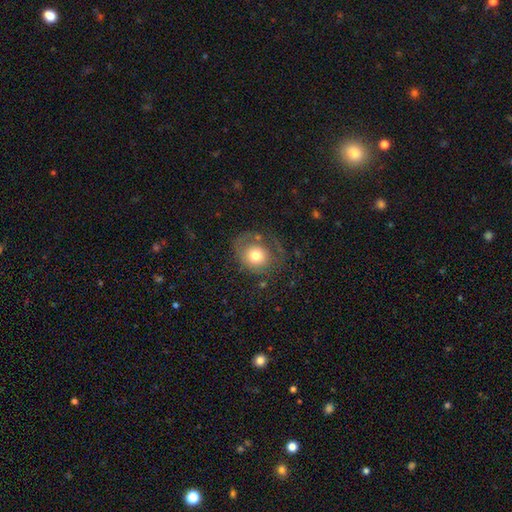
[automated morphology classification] type=smooth (66%); roundness=round (70%); merging=none (51%).